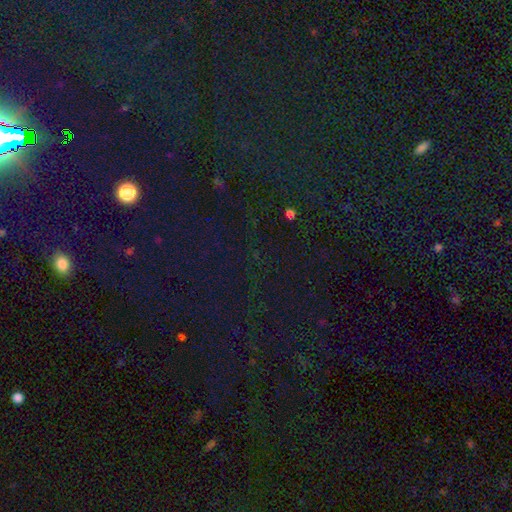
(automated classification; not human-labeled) This appears to be a star or artifact, not a galaxy (78%).